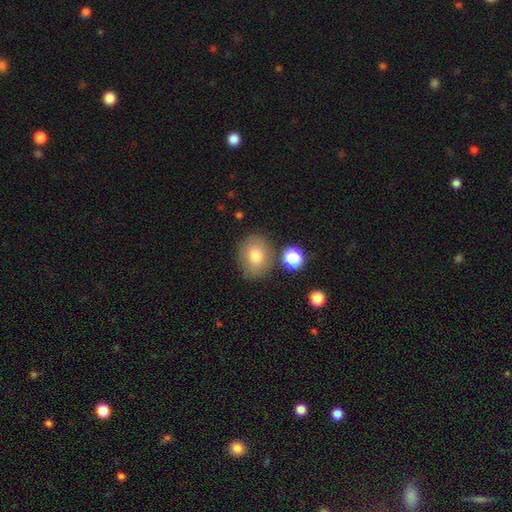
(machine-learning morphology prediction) Smooth or featured: smooth — 77% (featured or disk — 13%)
How rounded: round — 53% (in between — 46%)
Merging: none — 78% (minor disturbance — 13%)